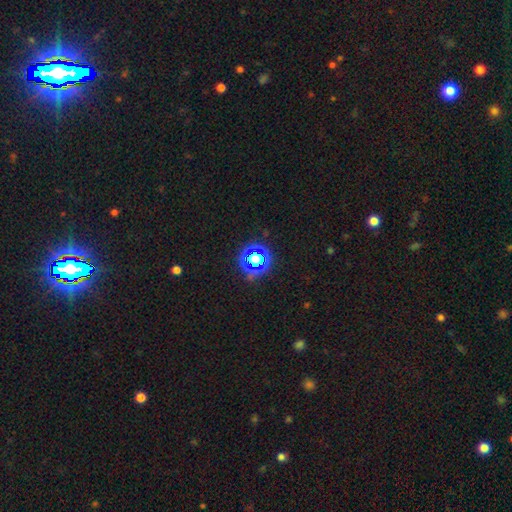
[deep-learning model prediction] A star or artifact, not a galaxy (75%).

Vote fractions:
- Smooth or featured? star or artifact: 75% / smooth: 18% / featured or disk: 8%